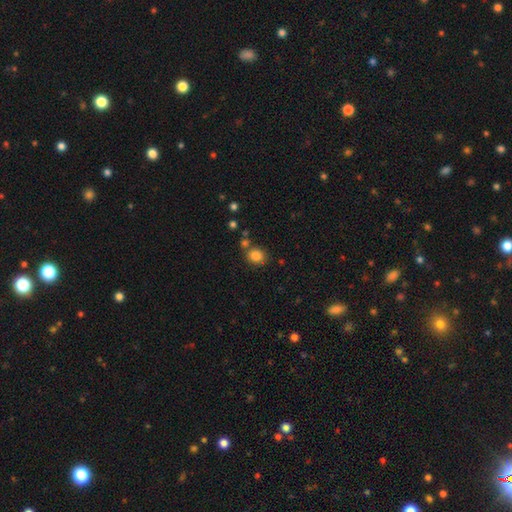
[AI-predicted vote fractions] Overall: smooth (84%). How rounded: round (69%; in between 30%). Merging: none (73%).